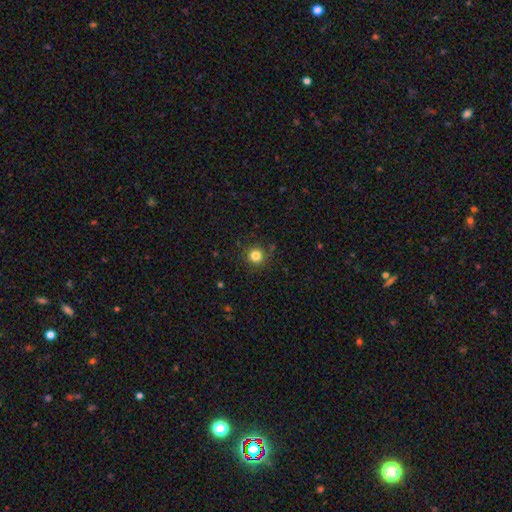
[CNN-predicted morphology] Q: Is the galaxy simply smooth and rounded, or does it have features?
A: smooth — 83%.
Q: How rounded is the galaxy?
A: round — 95%.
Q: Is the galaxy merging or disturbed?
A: none — 88%.